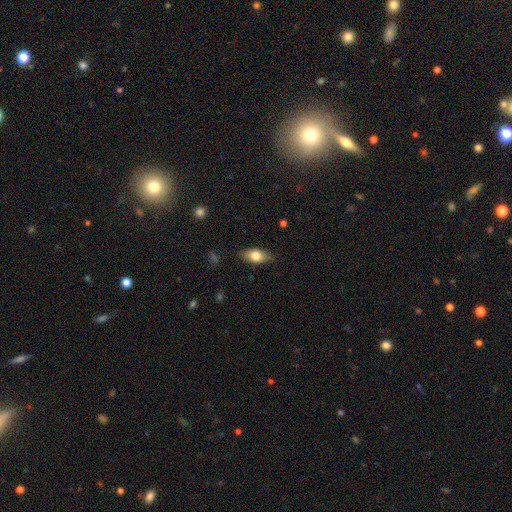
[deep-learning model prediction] Overall: smooth (77%). How rounded: in between (87%). Merging: none (83%).